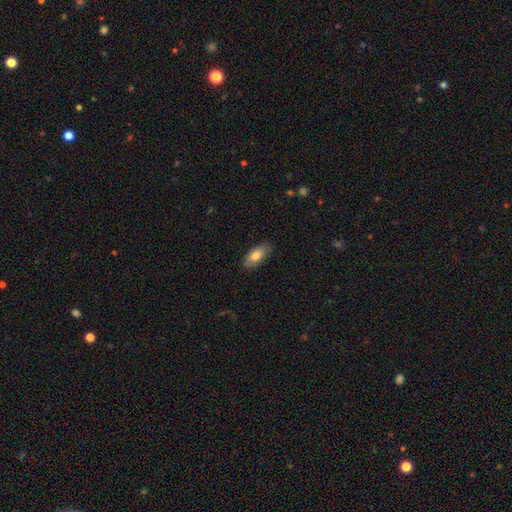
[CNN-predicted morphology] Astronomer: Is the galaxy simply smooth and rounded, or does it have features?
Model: smooth — 77%.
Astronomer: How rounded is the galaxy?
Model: in between — 89%.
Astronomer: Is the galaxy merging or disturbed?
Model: none — 84%.